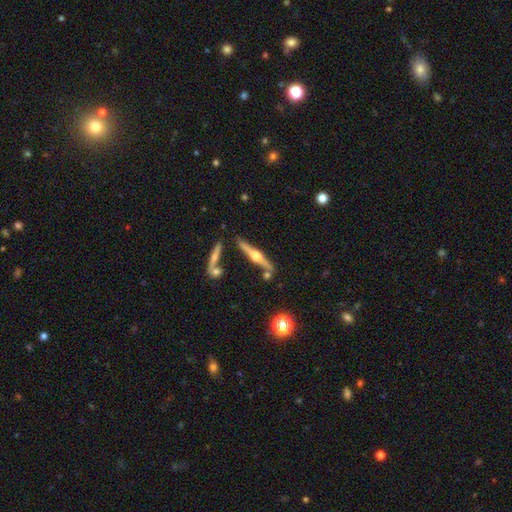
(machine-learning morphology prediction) The model was most divided on "smooth or featured": featured or disk: 80%, smooth: 14%, star or artifact: 6%. More confident: edge-on disk — yes (98%); edge-on bulge — rounded (96%); merging — none (79%).